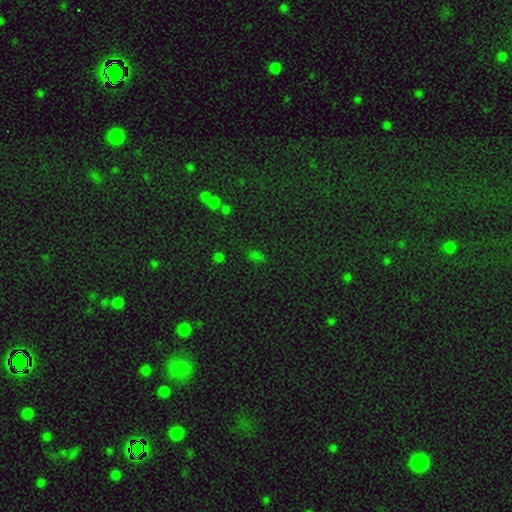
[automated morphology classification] Overall: star or artifact (48%; smooth 43%).